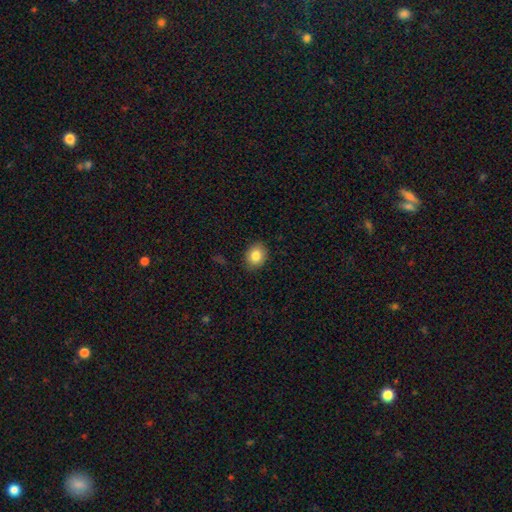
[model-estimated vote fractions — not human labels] This appears to be a smooth galaxy with no disk features (83%) that is round (55%). Merging: none (88%).